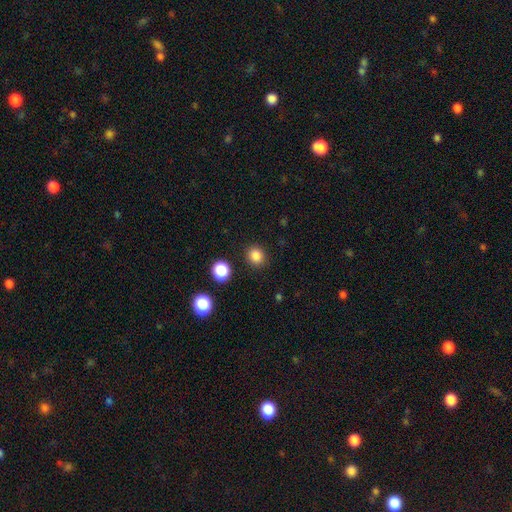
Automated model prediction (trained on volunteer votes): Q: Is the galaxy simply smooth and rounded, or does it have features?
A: smooth — 84%.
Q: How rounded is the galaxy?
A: round — 78%.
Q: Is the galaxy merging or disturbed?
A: none — 88%.